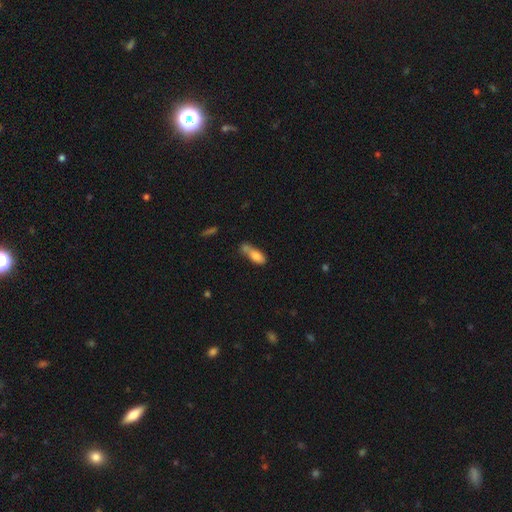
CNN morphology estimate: A smooth galaxy with no disk features (77%) that is in between round and cigar-shaped (72%).

Vote fractions:
- Smooth or featured? smooth: 77% / featured or disk: 14% / star or artifact: 9%
- How rounded? in between: 72% / cigar-shaped: 24% / round: 4%
- Merging? merger: 38% / none: 28% / minor disturbance: 22% / major disturbance: 12%